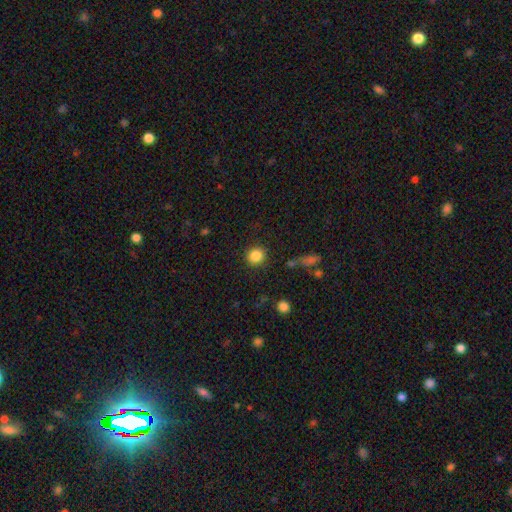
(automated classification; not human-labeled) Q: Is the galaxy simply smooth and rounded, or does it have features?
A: smooth — 85%.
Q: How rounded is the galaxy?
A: round — 90%.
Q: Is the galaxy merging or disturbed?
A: none — 88%.